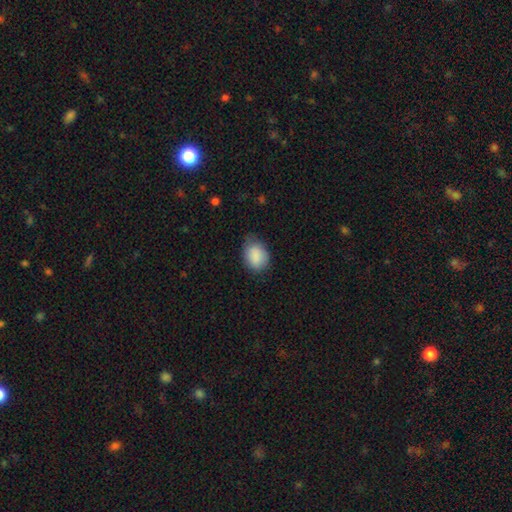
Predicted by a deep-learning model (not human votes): smooth 88%, star or artifact 7%, featured or disk 6%. Down the decision tree: how rounded — in between (68%); merging — none (65%).